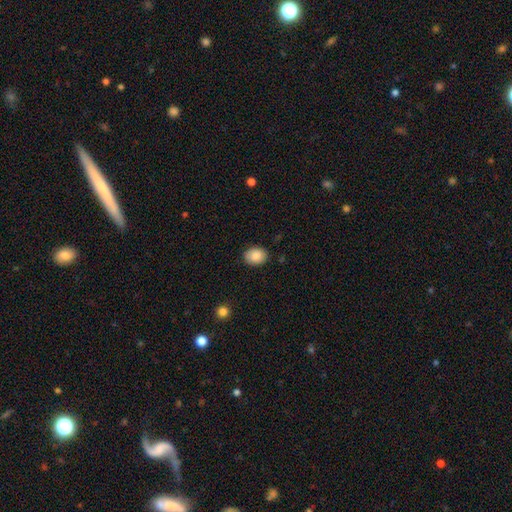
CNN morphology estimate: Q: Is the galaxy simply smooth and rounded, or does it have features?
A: smooth — 87%.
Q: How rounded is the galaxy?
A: in between — 63%.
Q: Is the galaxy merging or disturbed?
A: none — 87%.